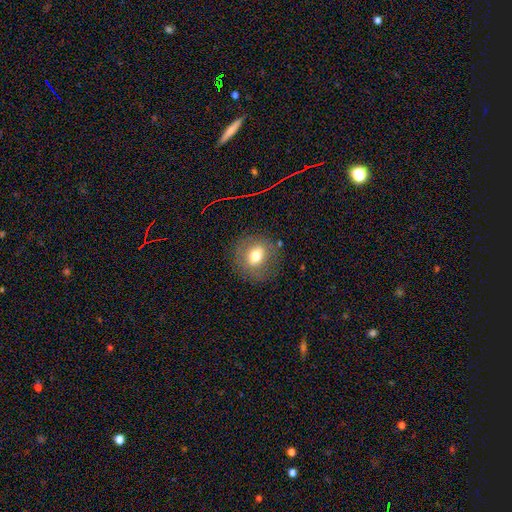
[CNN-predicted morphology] Overall: smooth (66%). How rounded: round (70%). Merging: none (80%).